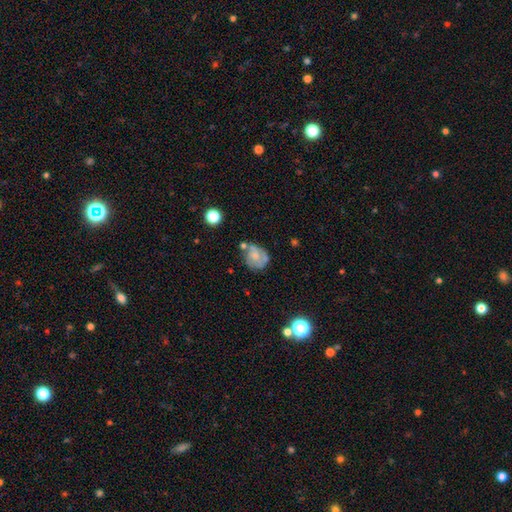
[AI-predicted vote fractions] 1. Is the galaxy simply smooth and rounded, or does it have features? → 48% featured or disk, 43% smooth, 9% star or artifact.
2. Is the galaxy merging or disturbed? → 45% none, 25% minor disturbance, 16% merger, 14% major disturbance.